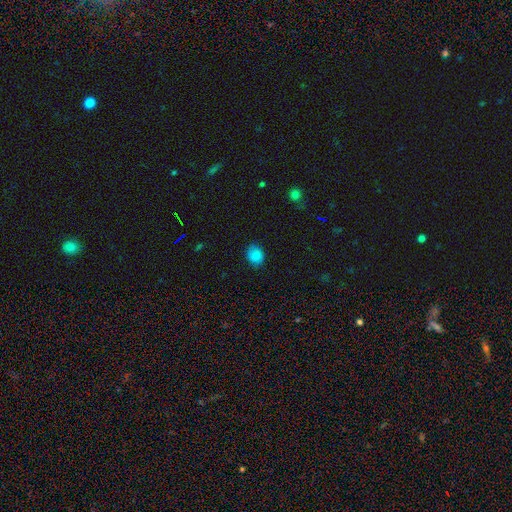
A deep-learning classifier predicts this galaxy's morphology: smooth 84%, star or artifact 10%, featured or disk 6%. Down the decision tree: how rounded — in between (51%); merging — none (80%).